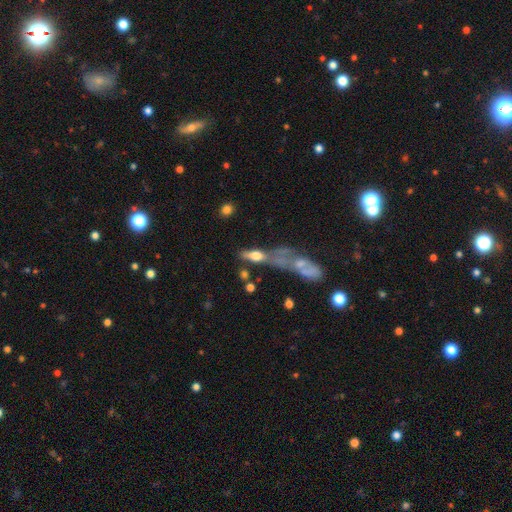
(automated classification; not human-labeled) Overall: smooth (47%; featured or disk 43%). Merging: merger (41%; none 25%).